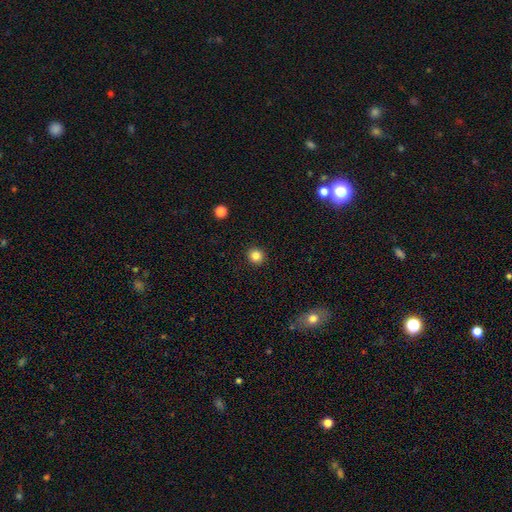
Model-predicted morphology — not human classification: smooth-or-featured: smooth: 84% | star or artifact: 11% | featured or disk: 4%
  how-rounded: round: 93% | in between: 6% | cigar-shaped: 1%
  merging: none: 93% | minor disturbance: 4% | major disturbance: 2% | merger: 1%